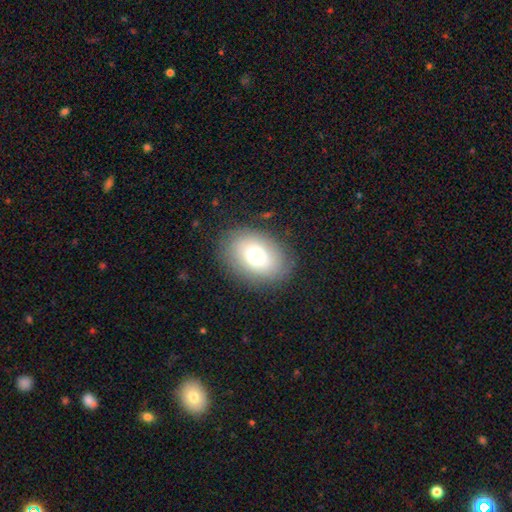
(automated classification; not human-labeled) Overall: smooth (72%). How rounded: in between (79%). Merging: none (83%).